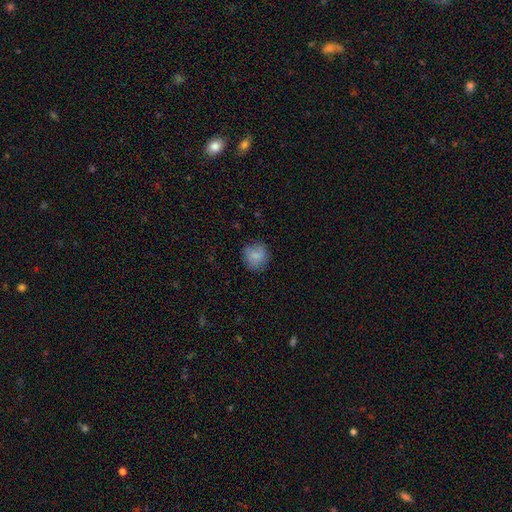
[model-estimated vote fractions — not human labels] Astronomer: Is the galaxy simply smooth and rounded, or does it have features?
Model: smooth — 81%.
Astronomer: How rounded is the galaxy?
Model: round — 85%.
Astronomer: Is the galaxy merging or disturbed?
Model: none — 78%.